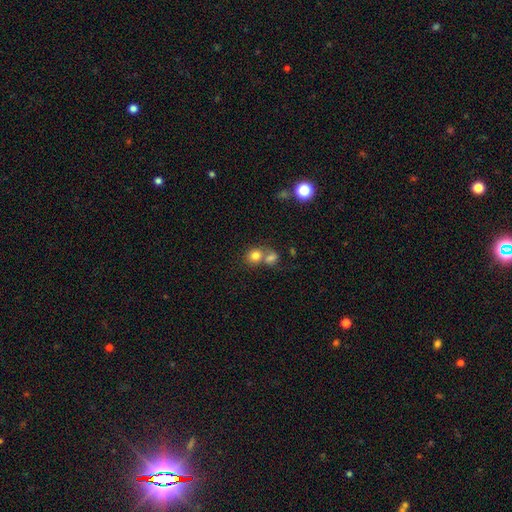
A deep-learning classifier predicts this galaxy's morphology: Smooth or featured: smooth — 78% (star or artifact — 11%)
How rounded: round — 75% (in between — 24%)
Merging: merger — 52% (none — 38%)